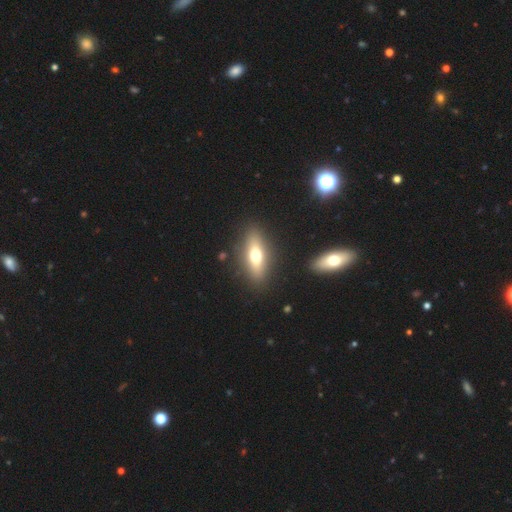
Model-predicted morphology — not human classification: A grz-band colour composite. It shows a smooth galaxy with no disk features (56%) that is in between round and cigar-shaped (57%). Merging: none (87%).